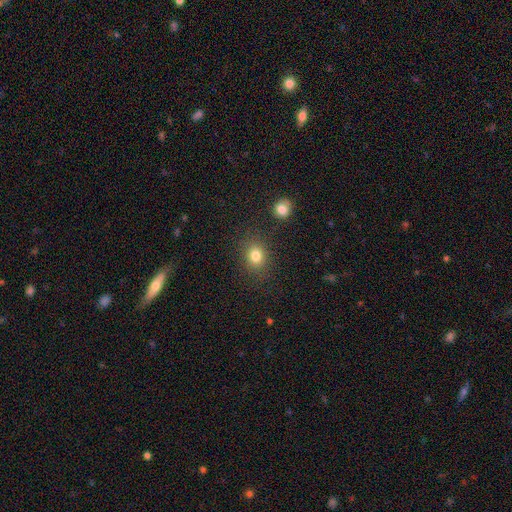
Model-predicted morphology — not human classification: smooth-or-featured: smooth: 81% | star or artifact: 12% | featured or disk: 7%
  how-rounded: round: 58% | in between: 41% | cigar-shaped: 1%
  merging: none: 83% | minor disturbance: 10% | major disturbance: 4% | merger: 3%